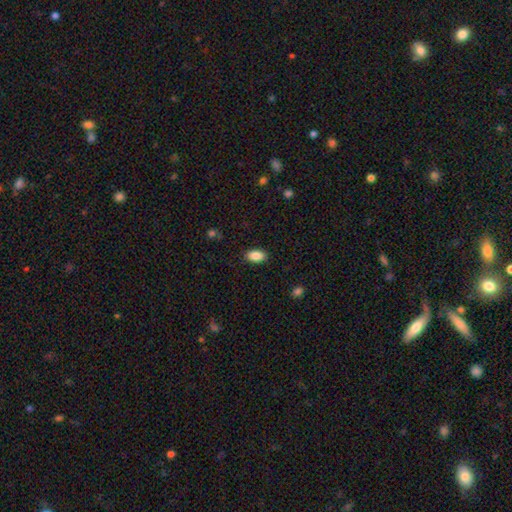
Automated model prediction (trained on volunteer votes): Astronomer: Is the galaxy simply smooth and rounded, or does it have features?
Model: smooth — 88%.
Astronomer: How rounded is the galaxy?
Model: in between — 92%.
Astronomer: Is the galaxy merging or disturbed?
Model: none — 88%.